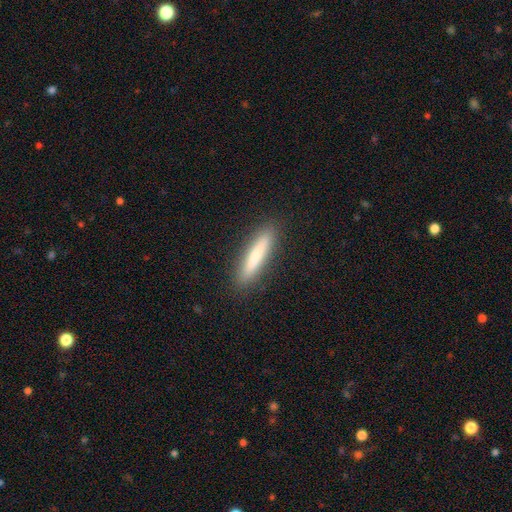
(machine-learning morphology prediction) Smooth or featured? Predicted: smooth (p=0.70). How rounded? Predicted: cigar-shaped (p=0.88). Merging? Predicted: none (p=0.90).